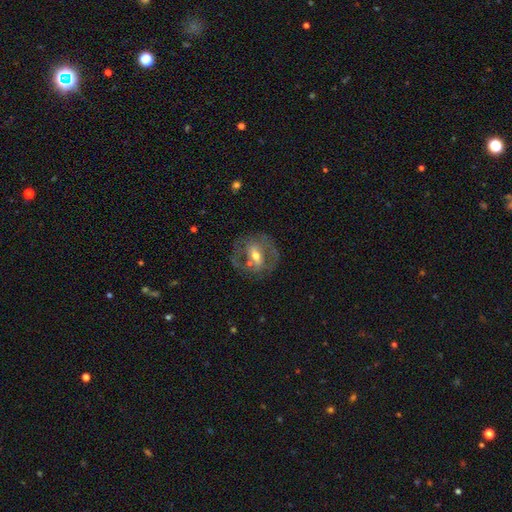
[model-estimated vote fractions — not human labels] Morphology: type=featured or disk (74%); edge-on=no (95%); bar=weak (39%); spiral arms=yes (70%); bulge=moderate (68%); merging=none (67%).